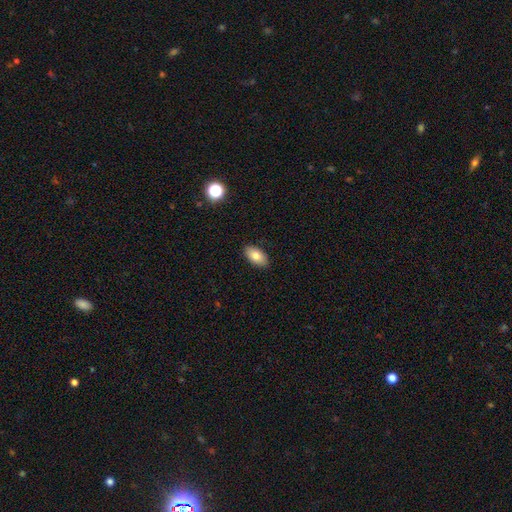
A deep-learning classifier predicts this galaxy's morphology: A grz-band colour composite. It shows a smooth galaxy with no disk features (80%) that is in between round and cigar-shaped (93%). Merging: none (88%).